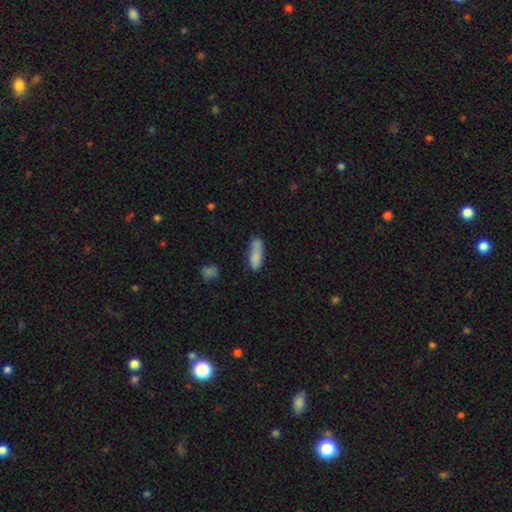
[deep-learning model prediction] Q: Smooth or featured?
A: smooth (80%); runner-up: featured or disk (12%)
Q: How rounded?
A: in between (57%); runner-up: cigar-shaped (40%)
Q: Merging?
A: none (46%); runner-up: minor disturbance (27%)